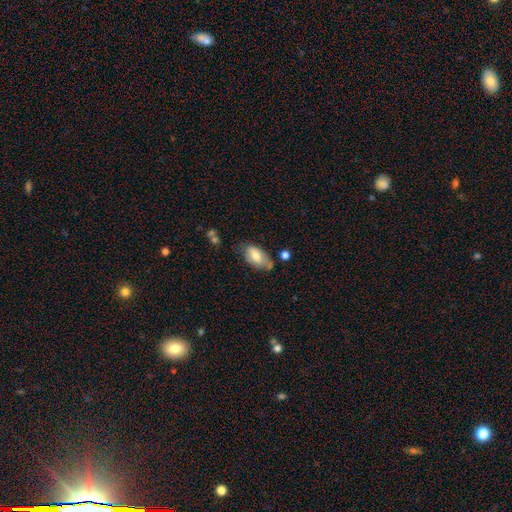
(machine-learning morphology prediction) smooth-or-featured: smooth: 71% | featured or disk: 22% | star or artifact: 7%
  how-rounded: in between: 93% | cigar-shaped: 4% | round: 3%
  merging: none: 54% | minor disturbance: 30% | merger: 9% | major disturbance: 8%